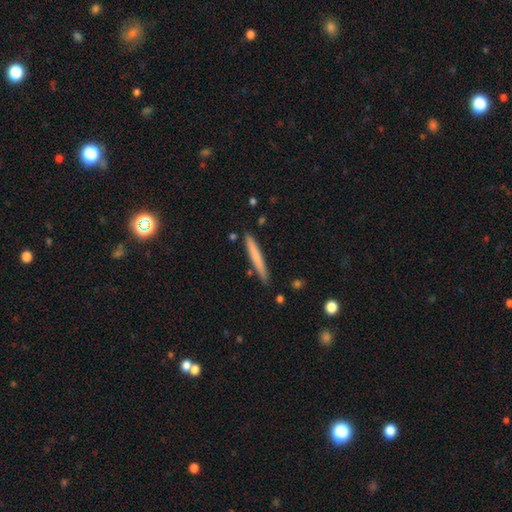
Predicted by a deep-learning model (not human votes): A smooth galaxy with no disk features (70%) that is cigar-shaped (96%).

Vote fractions:
- Smooth or featured? smooth: 70% / featured or disk: 25% / star or artifact: 6%
- How rounded? cigar-shaped: 96% / in between: 3% / round: 1%
- Merging? none: 87% / minor disturbance: 9% / merger: 2% / major disturbance: 2%